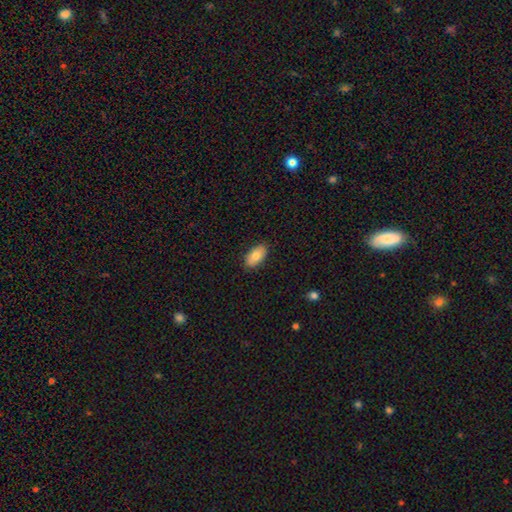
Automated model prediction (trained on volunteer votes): smooth_or_featured: smooth (p=0.81) [alt: featured or disk p=0.12]
how_rounded: in between (p=0.94) [alt: round p=0.03]
merging: none (p=0.88) [alt: minor disturbance p=0.10]